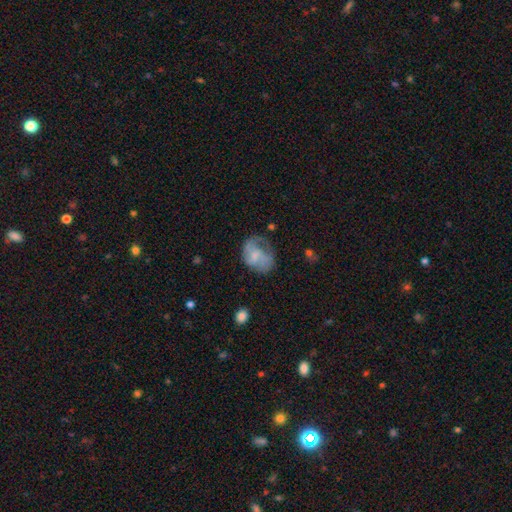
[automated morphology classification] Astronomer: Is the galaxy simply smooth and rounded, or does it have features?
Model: featured or disk — 50% (runner-up: smooth, 42%).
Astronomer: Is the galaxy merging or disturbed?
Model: none — 39% (runner-up: major disturbance, 32%).